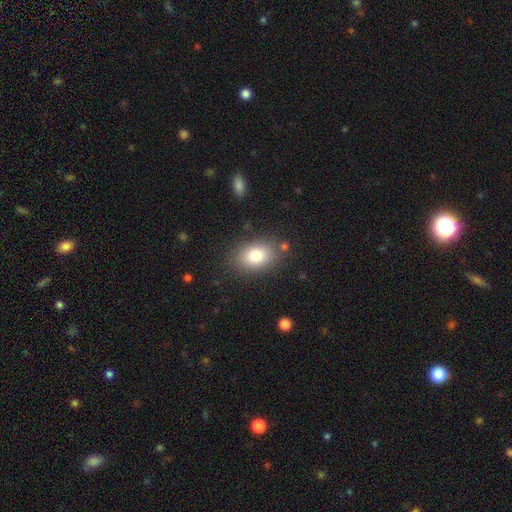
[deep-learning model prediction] Smooth or featured? smooth (80%)
How rounded? in between (79%)
Merging? none (82%)